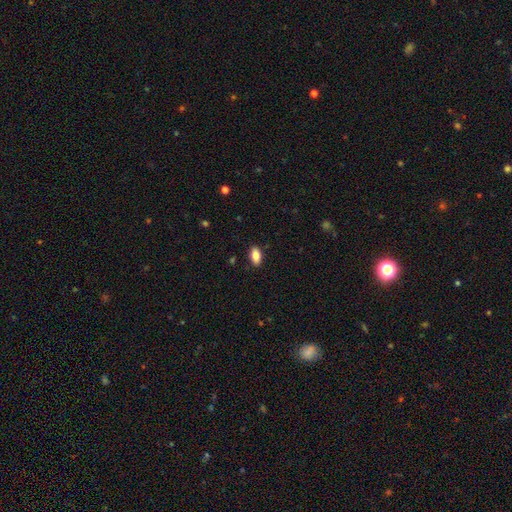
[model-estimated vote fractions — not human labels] Smooth or featured: smooth — 84% (featured or disk — 9%)
How rounded: in between — 90% (cigar-shaped — 6%)
Merging: none — 88% (minor disturbance — 9%)